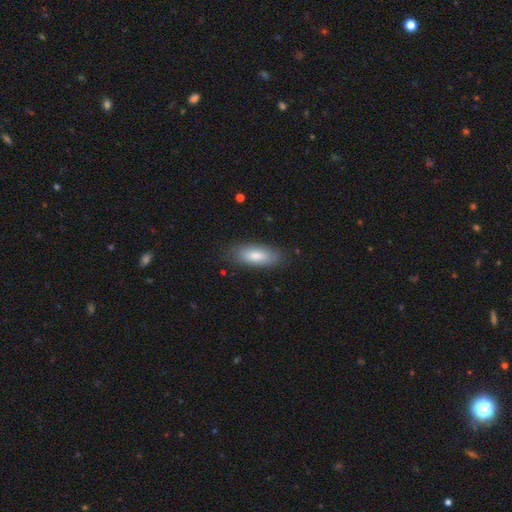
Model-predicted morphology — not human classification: A smooth galaxy with no disk features (79%) that is in between round and cigar-shaped (73%). Merging: none (83%).